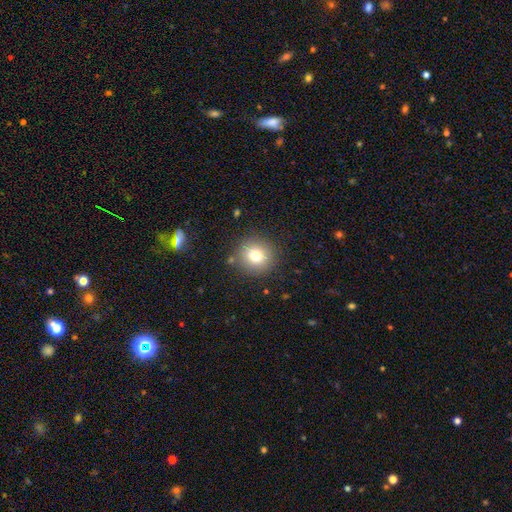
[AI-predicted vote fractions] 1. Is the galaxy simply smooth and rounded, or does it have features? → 77% smooth, 12% star or artifact, 11% featured or disk.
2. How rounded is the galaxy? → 90% round, 9% in between, 1% cigar-shaped.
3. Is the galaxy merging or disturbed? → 86% none, 9% minor disturbance, 3% major disturbance, 2% merger.